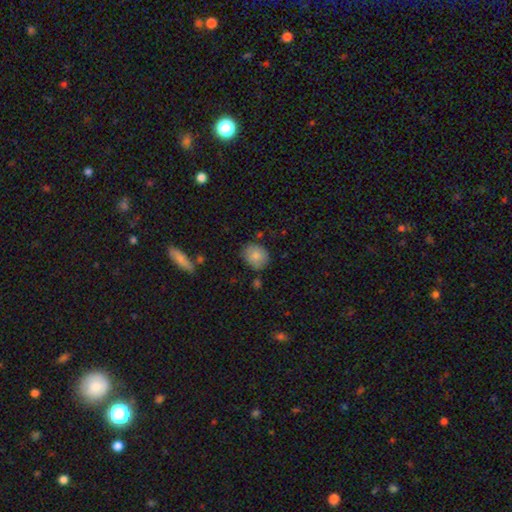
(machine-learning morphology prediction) Q: Smooth or featured?
A: smooth (82%); runner-up: featured or disk (10%)
Q: How rounded?
A: round (58%); runner-up: in between (41%)
Q: Merging?
A: none (75%); runner-up: minor disturbance (18%)